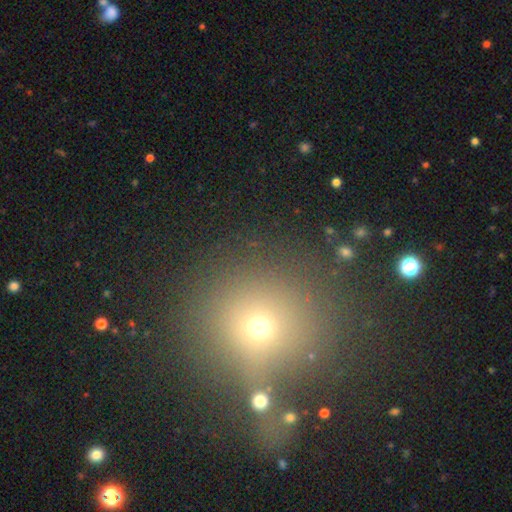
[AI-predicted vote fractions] This is possibly a smooth galaxy (55%). How rounded: clearly round (91%). Merging: likely none (76%).